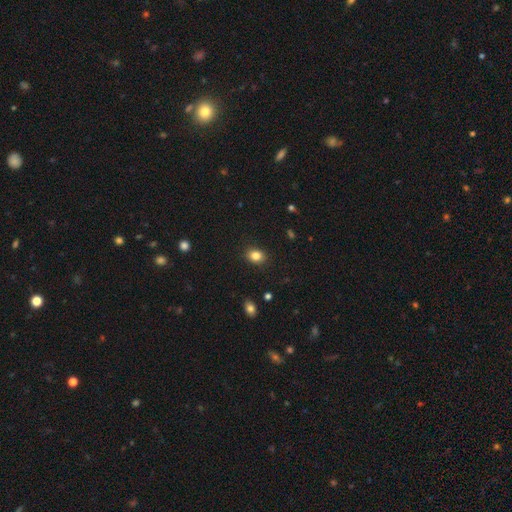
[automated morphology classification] smooth_or_featured: smooth (p=0.84) [alt: star or artifact p=0.11]
how_rounded: round (p=0.51) [alt: in between p=0.48]
merging: none (p=0.89) [alt: minor disturbance p=0.08]